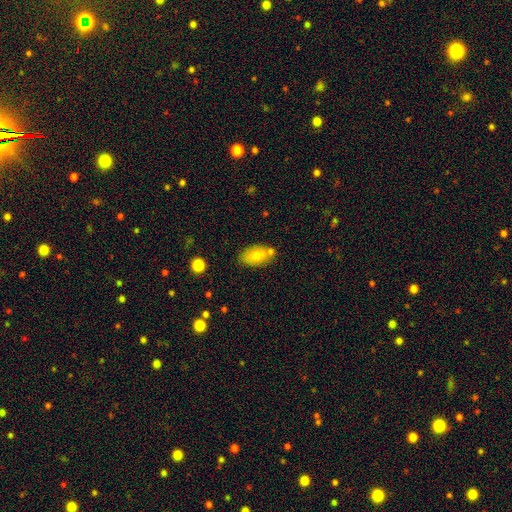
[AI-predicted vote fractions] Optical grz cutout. It shows a smooth galaxy with no disk features (74%) that is in between round and cigar-shaped (92%). Merging: none (62%).